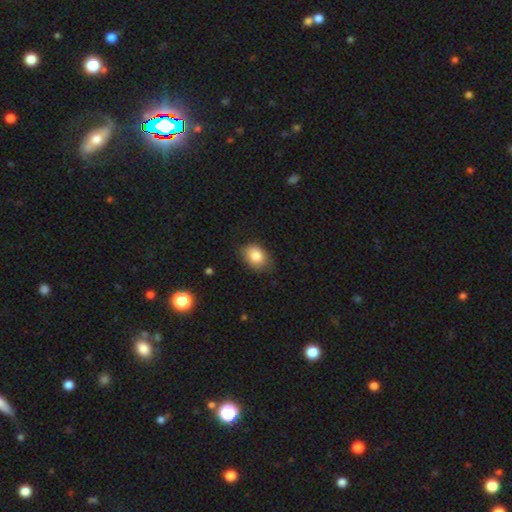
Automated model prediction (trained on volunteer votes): The model was most divided on "how rounded": in between: 73%, round: 26%, cigar-shaped: 1%. More confident: smooth or featured — smooth (85%); merging — none (74%).